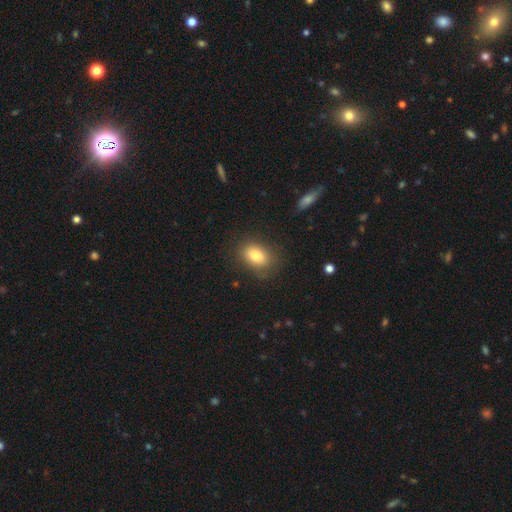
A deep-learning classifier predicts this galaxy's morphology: This appears to be a smooth galaxy with no disk features (80%) that is in between round and cigar-shaped (78%). Merging: none (79%).